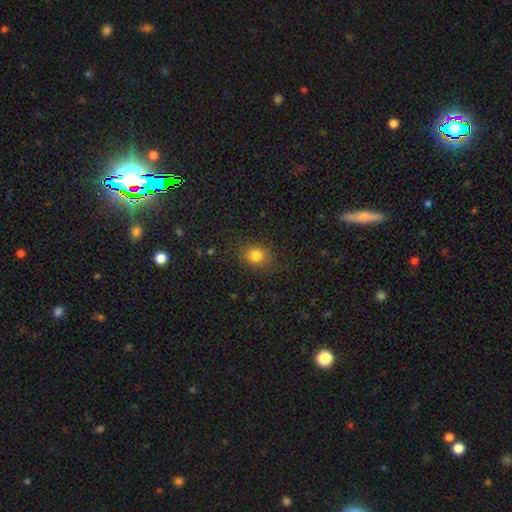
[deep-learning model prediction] Q: Smooth or featured?
A: smooth (81%); runner-up: star or artifact (13%)
Q: How rounded?
A: round (59%); runner-up: in between (39%)
Q: Merging?
A: none (85%); runner-up: minor disturbance (10%)